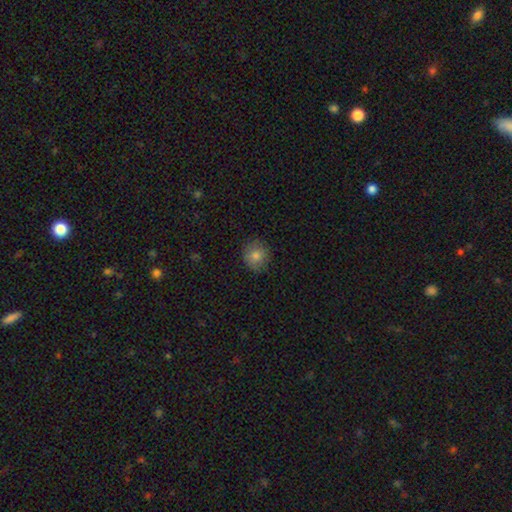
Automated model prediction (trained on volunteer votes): Q: Smooth or featured?
A: smooth (80%); runner-up: star or artifact (11%)
Q: How rounded?
A: round (87%); runner-up: in between (12%)
Q: Merging?
A: none (86%); runner-up: minor disturbance (11%)